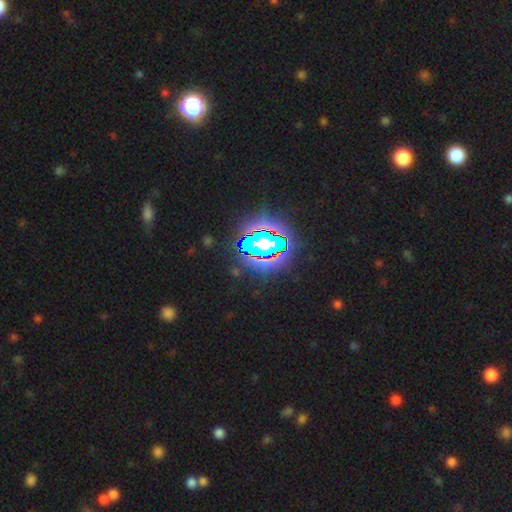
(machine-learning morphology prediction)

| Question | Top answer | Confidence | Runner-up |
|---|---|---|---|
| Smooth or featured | star or artifact | 79% | smooth (12%) |